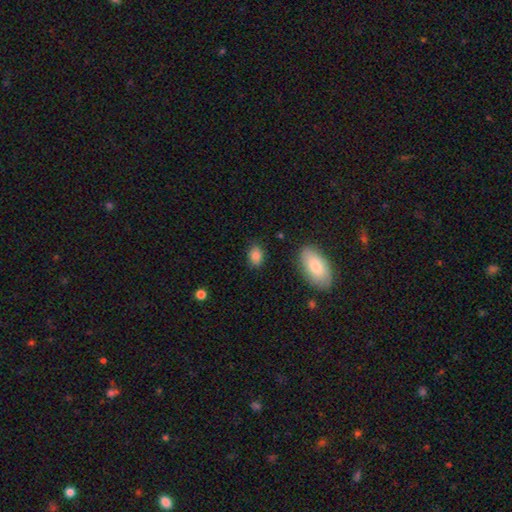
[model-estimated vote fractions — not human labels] This is clearly a smooth galaxy (84%). How rounded: likely in between (77%). Merging: clearly none (83%).